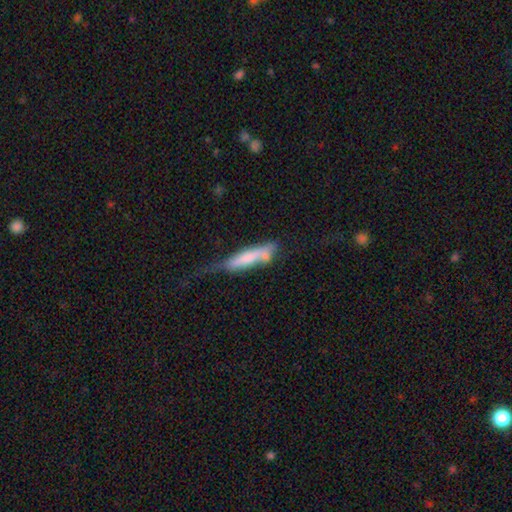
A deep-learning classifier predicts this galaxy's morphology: This appears to be a smooth galaxy with no disk features (54%) that is cigar-shaped (82%). Merging: minor disturbance (33%).